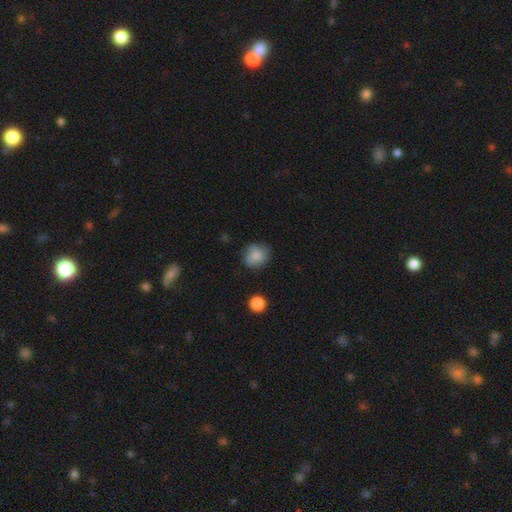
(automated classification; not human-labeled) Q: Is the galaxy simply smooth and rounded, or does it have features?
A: smooth — 65%.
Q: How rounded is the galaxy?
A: round — 76%.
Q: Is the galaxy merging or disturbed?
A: none — 67%.